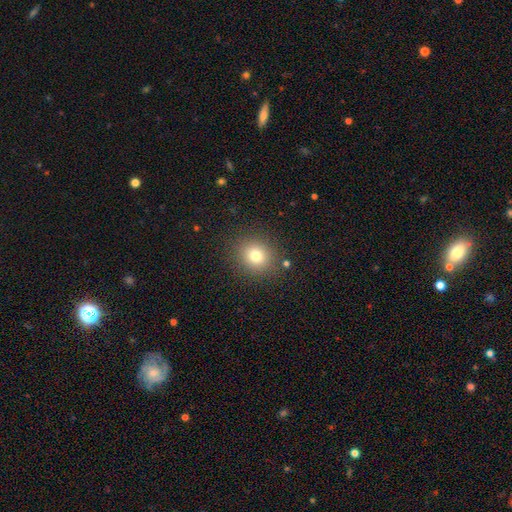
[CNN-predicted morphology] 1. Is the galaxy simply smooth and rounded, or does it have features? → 77% smooth, 14% star or artifact, 9% featured or disk.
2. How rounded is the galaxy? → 81% round, 19% in between, 1% cigar-shaped.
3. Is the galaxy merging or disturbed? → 87% none, 8% minor disturbance, 3% major disturbance, 2% merger.